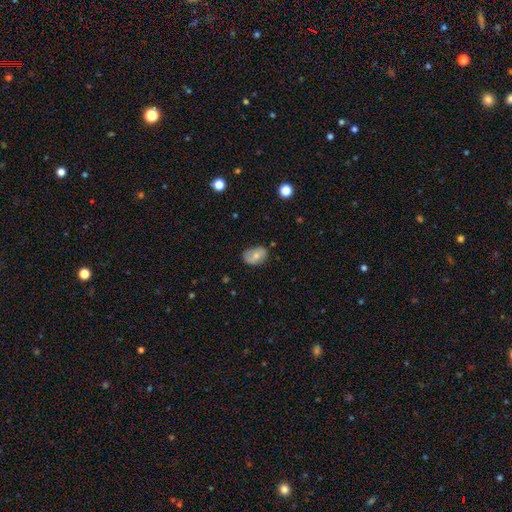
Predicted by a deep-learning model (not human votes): Smooth or featured? smooth (67%)
How rounded? in between (82%)
Merging? none (72%)